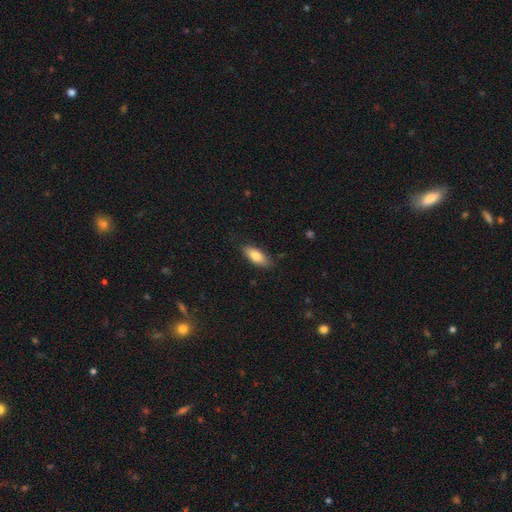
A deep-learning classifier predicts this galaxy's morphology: This is likely a smooth galaxy (79%). How rounded: likely in between (77%). Merging: clearly none (82%).